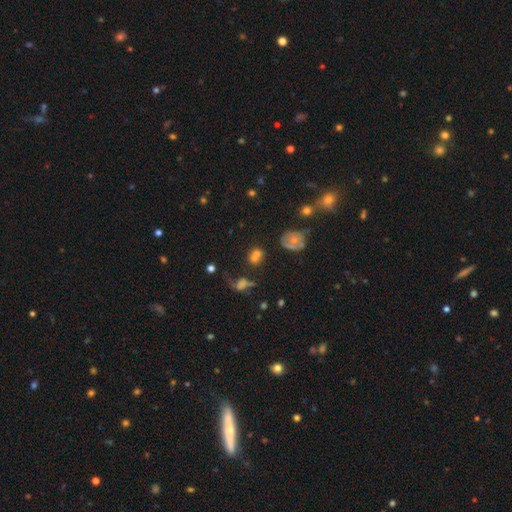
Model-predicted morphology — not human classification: smooth 53%, star or artifact 28%, featured or disk 19%. Down the decision tree: how rounded — round (57%); merging — none (45%).